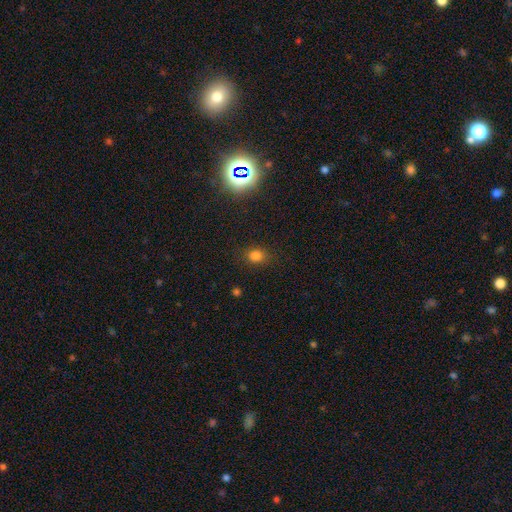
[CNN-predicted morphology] smooth 78%, star or artifact 17%, featured or disk 5%. Down the decision tree: how rounded — round (57%); merging — none (84%).